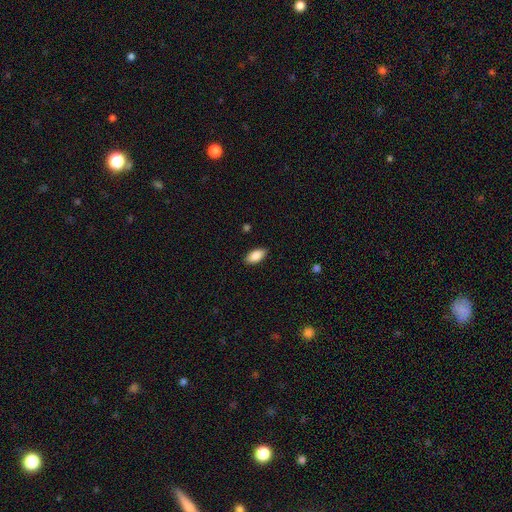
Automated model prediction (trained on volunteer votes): Q: Smooth or featured?
A: smooth (88%); runner-up: star or artifact (7%)
Q: How rounded?
A: in between (93%); runner-up: cigar-shaped (5%)
Q: Merging?
A: none (87%); runner-up: minor disturbance (10%)